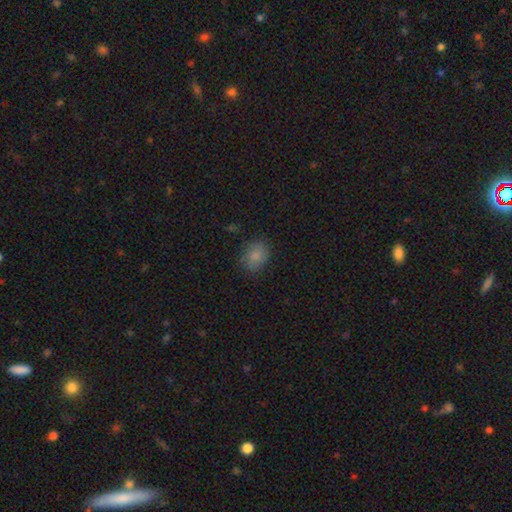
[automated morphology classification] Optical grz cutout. It shows a smooth galaxy with no disk features (83%) that is in between round and cigar-shaped (52%). Merging: none (76%).